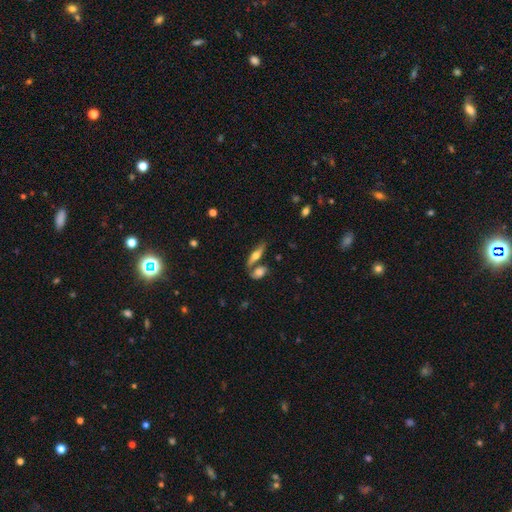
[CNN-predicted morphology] Smooth or featured?
  - smooth: 47% *
  - featured or disk: 45%
  - star or artifact: 7%
Merging?
  - none: 60% *
  - merger: 26%
  - minor disturbance: 10%
  - major disturbance: 4%